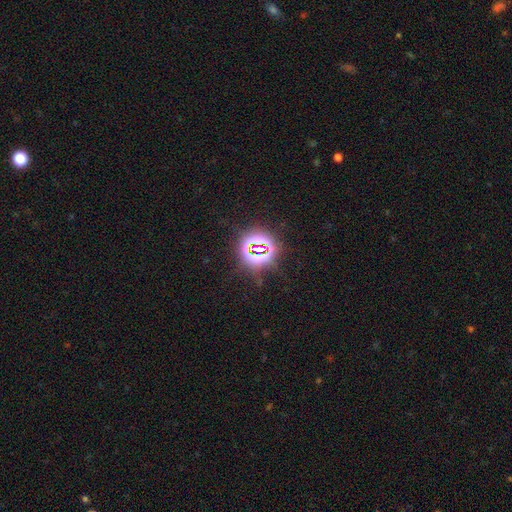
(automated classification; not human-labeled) Overall: star or artifact (77%).